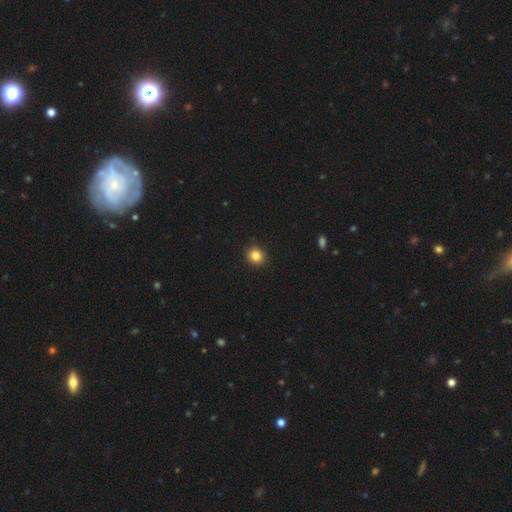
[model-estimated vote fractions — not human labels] Smooth or featured? Predicted: smooth (p=0.84). How rounded? Predicted: round (p=0.85). Merging? Predicted: none (p=0.92).